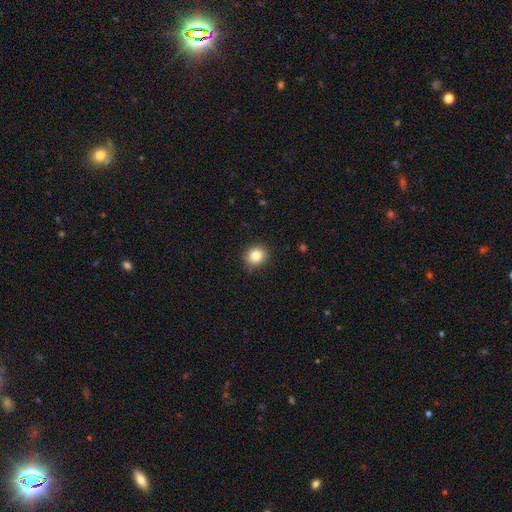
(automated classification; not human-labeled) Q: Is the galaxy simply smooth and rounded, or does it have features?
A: smooth — 83%.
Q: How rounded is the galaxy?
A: round — 77%.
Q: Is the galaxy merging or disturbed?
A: none — 86%.